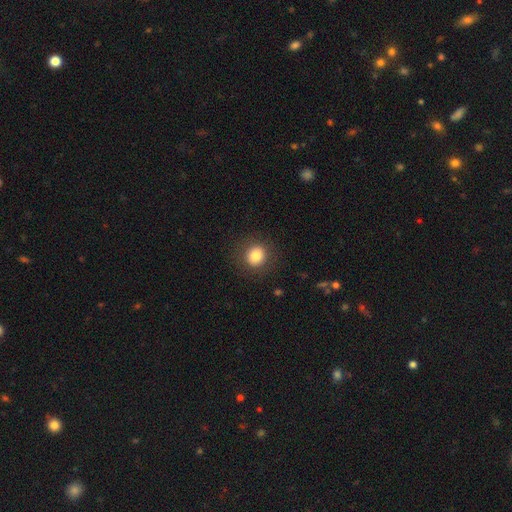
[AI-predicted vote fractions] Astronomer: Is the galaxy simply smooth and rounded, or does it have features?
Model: smooth — 82%.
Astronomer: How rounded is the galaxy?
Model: round — 87%.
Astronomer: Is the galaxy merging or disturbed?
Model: none — 88%.